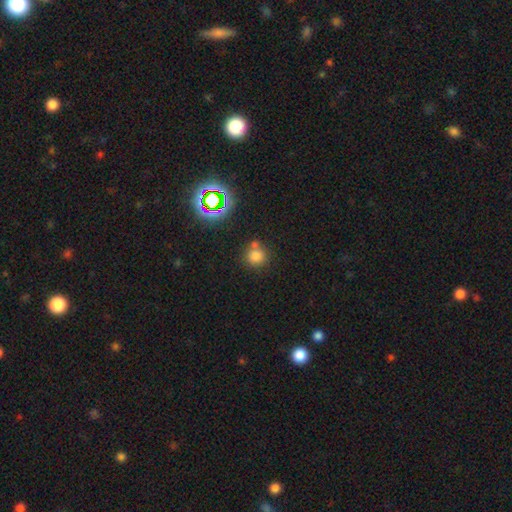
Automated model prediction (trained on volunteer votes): A smooth galaxy with no disk features (75%) that is round (90%).

Vote fractions:
- Smooth or featured? smooth: 75% / star or artifact: 18% / featured or disk: 7%
- How rounded? round: 90% / in between: 9% / cigar-shaped: 1%
- Merging? none: 65% / merger: 19% / minor disturbance: 11% / major disturbance: 4%